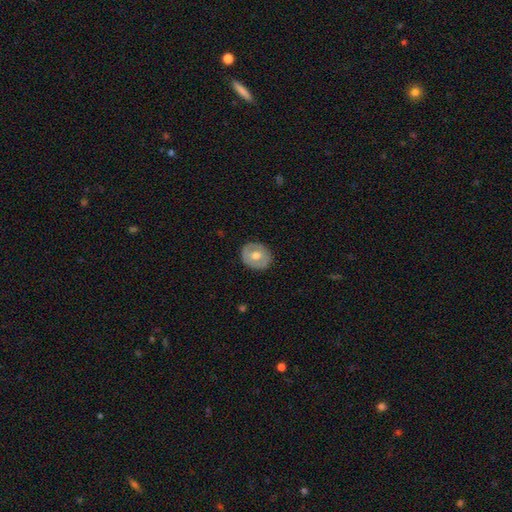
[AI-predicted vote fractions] smooth-or-featured: smooth: 50% | featured or disk: 44% | star or artifact: 6%
  how-rounded: round: 71% | in between: 28% | cigar-shaped: 1%
  merging: none: 86% | minor disturbance: 10% | major disturbance: 3% | merger: 1%